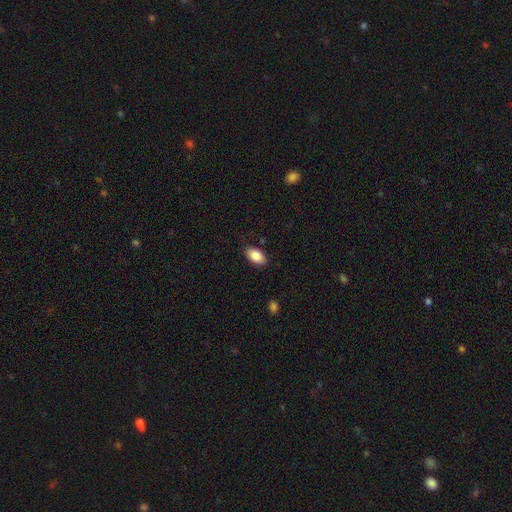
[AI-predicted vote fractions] The model was most divided on "merging": none: 86%, minor disturbance: 11%, major disturbance: 2%, merger: 1%. More confident: how rounded — in between (93%); smooth or featured — smooth (86%).